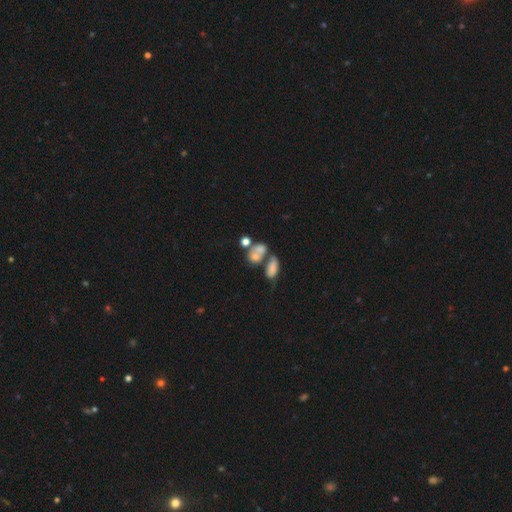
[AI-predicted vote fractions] Smooth or featured?
  - smooth: 64% *
  - featured or disk: 20%
  - star or artifact: 16%
How rounded?
  - in between: 65% *
  - round: 31%
  - cigar-shaped: 3%
Merging?
  - merger: 51% *
  - none: 30%
  - minor disturbance: 11%
  - major disturbance: 9%